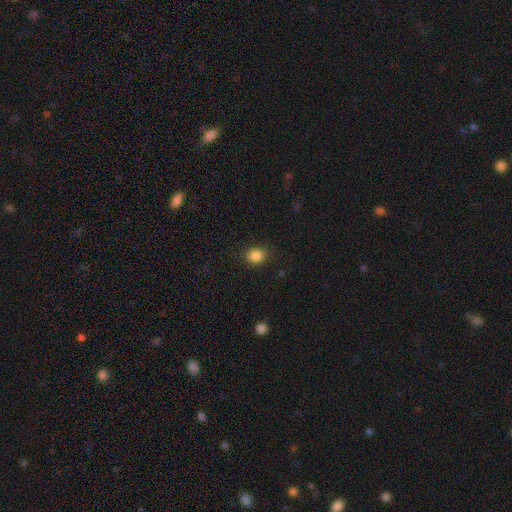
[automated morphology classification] Smooth or featured? Predicted: smooth (p=0.85). How rounded? Predicted: round (p=0.69). Merging? Predicted: none (p=0.86).